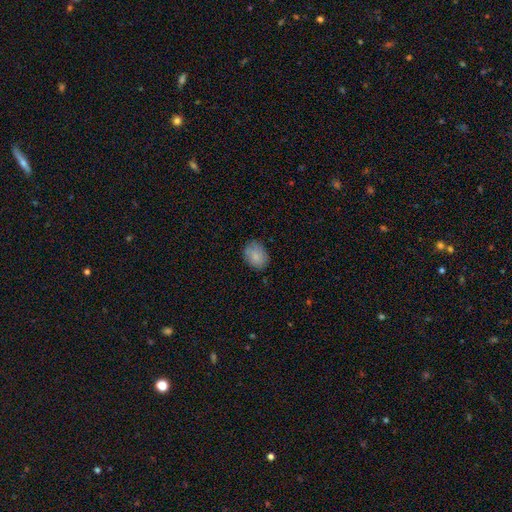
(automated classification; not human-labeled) The model was most divided on "how rounded": in between: 62%, round: 37%, cigar-shaped: 1%. More confident: smooth or featured — smooth (83%); merging — none (76%).